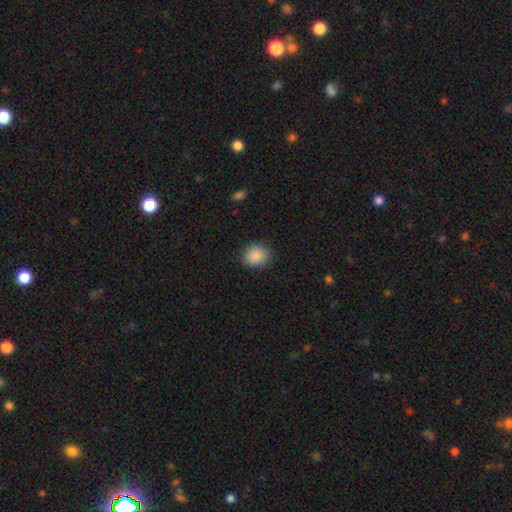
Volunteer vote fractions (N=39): smooth 85%, star or artifact 10%, featured or disk 5%. Down the decision tree: how rounded — round (64%); merging — none (80%).